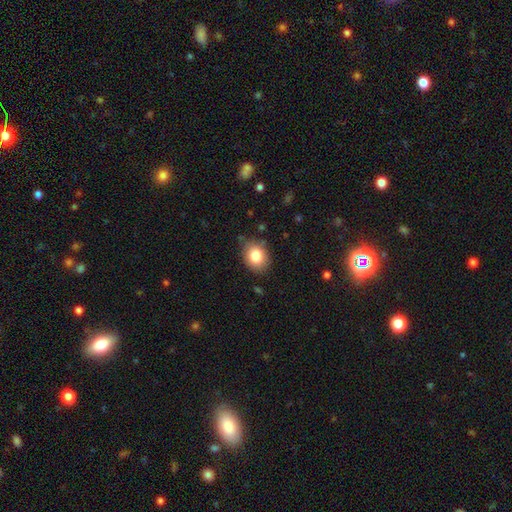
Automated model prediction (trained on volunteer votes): smooth 84%, star or artifact 9%, featured or disk 7%. Down the decision tree: how rounded — in between (55%); merging — none (82%).